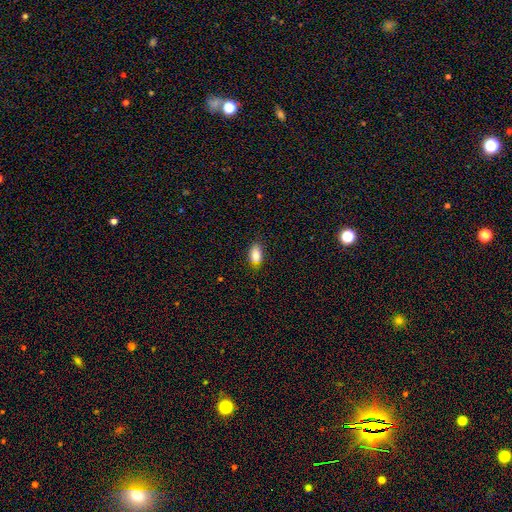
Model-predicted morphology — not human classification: Smooth or featured?
  - smooth: 85% *
  - star or artifact: 8%
  - featured or disk: 7%
How rounded?
  - in between: 90% *
  - round: 5%
  - cigar-shaped: 5%
Merging?
  - none: 82% *
  - minor disturbance: 14%
  - major disturbance: 3%
  - merger: 1%